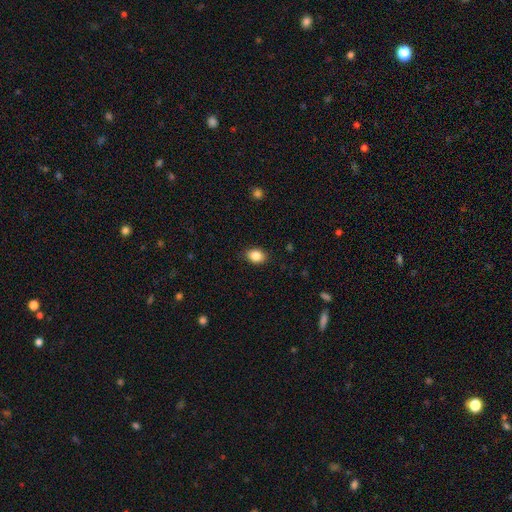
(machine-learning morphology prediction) A smooth galaxy with no disk features (87%) that is in between round and cigar-shaped (72%).

Vote fractions:
- Smooth or featured? smooth: 87% / star or artifact: 8% / featured or disk: 5%
- How rounded? in between: 72% / round: 27% / cigar-shaped: 1%
- Merging? none: 87% / minor disturbance: 10% / major disturbance: 2% / merger: 1%